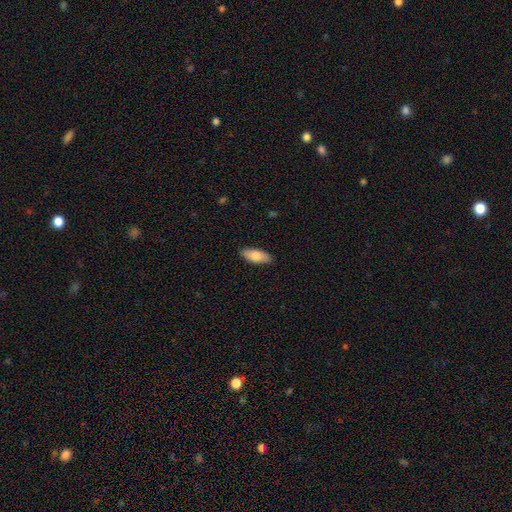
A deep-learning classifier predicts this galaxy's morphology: type=smooth (77%); roundness=in between (82%); merging=none (87%).